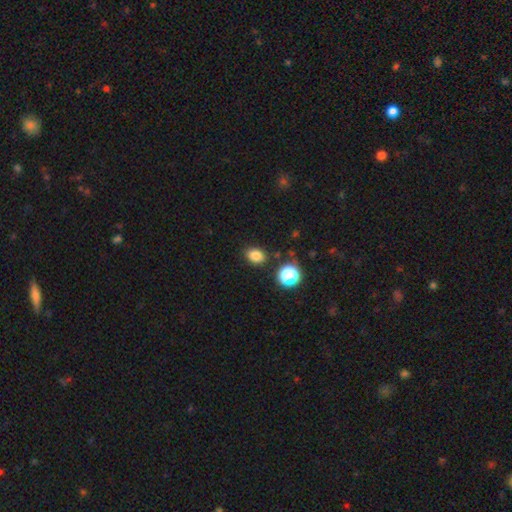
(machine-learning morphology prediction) The model was most divided on "how rounded": in between: 62%, round: 37%, cigar-shaped: 1%. More confident: merging — none (84%); smooth or featured — smooth (81%).